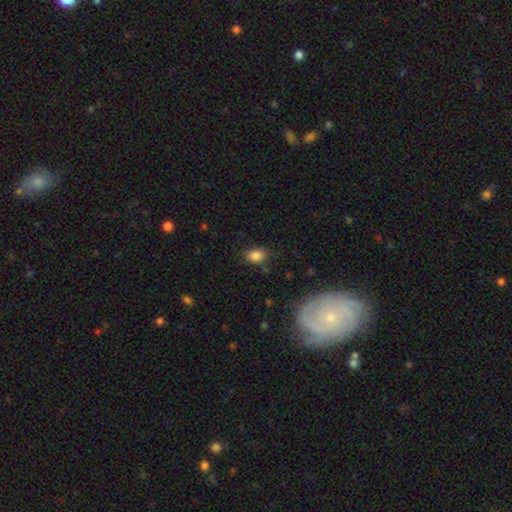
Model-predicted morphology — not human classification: Smooth or featured? smooth (84%)
How rounded? in between (79%)
Merging? none (78%)